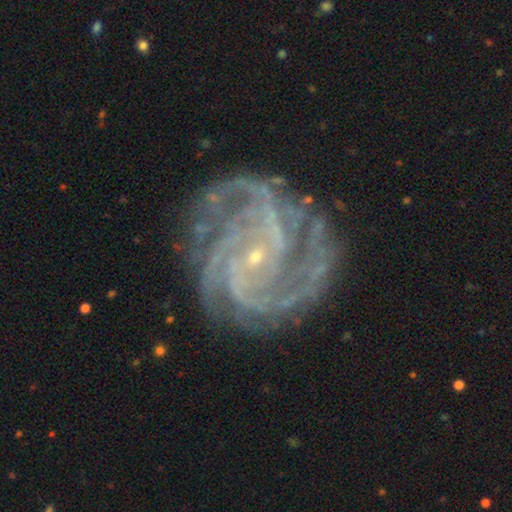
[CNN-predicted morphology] The model was most divided on "spiral arm count" (2-way tie): 4: 24%, 3: 24%, 2: 16%, can't tell: 14%, more than 4: 13%, 1: 9%. More confident: spiral arms — yes (99%); edge-on disk — no (98%); smooth or featured — featured or disk (91%); bulge size — small (89%); merging — none (77%); spiral winding — tight (61%); bar — no (54%).